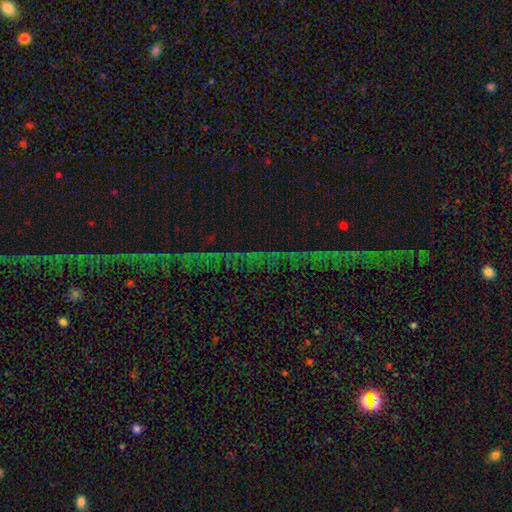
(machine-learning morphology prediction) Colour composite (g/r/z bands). It shows a star or artifact, not a galaxy (75%).